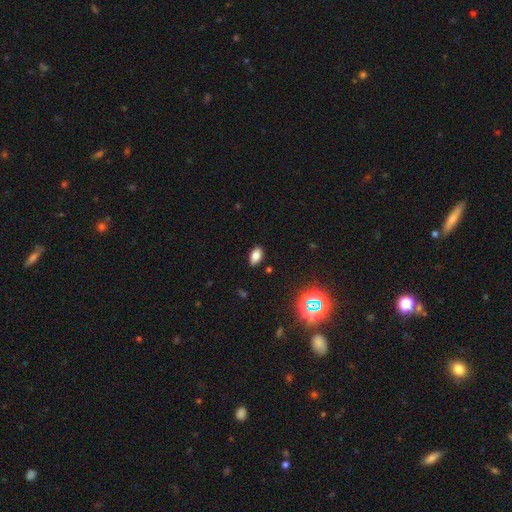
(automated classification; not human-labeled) A smooth galaxy with no disk features (79%) that is in between round and cigar-shaped (91%).

Vote fractions:
- Smooth or featured? smooth: 79% / star or artifact: 14% / featured or disk: 7%
- How rounded? in between: 91% / round: 6% / cigar-shaped: 3%
- Merging? none: 87% / minor disturbance: 10% / major disturbance: 2% / merger: 1%